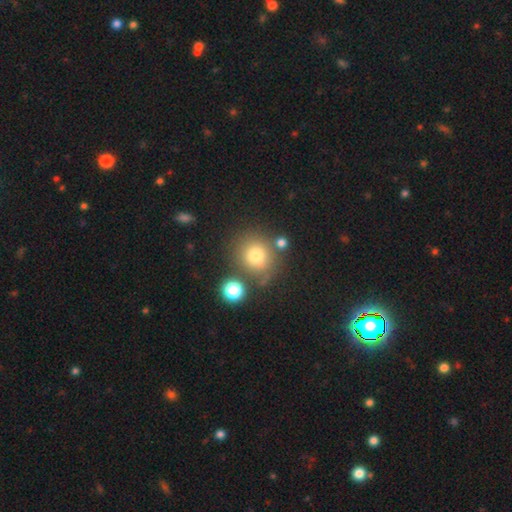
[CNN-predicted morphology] A smooth galaxy with no disk features (75%) that is round (86%).

Vote fractions:
- Smooth or featured? smooth: 75% / star or artifact: 14% / featured or disk: 11%
- How rounded? round: 86% / in between: 13% / cigar-shaped: 1%
- Merging? none: 67% / merger: 15% / minor disturbance: 13% / major disturbance: 6%